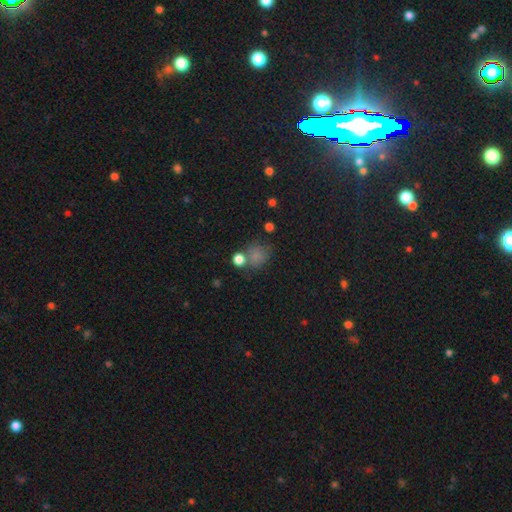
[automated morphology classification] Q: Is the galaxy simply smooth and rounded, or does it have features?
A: smooth — 74%.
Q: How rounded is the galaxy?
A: round — 75%.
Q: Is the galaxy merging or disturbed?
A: none — 52%.